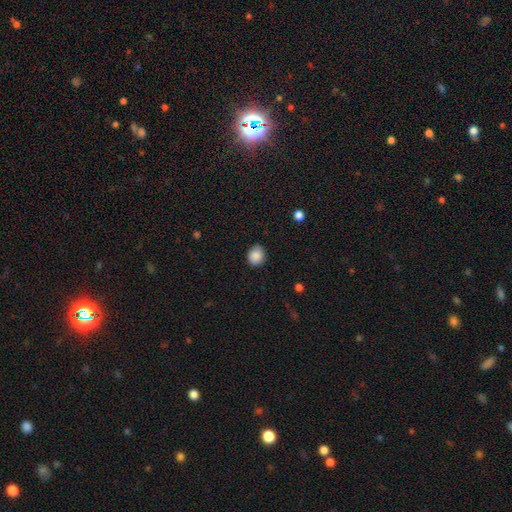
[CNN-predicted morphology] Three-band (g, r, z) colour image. It shows a smooth galaxy with no disk features (87%) that is round (75%). Merging: none (83%).